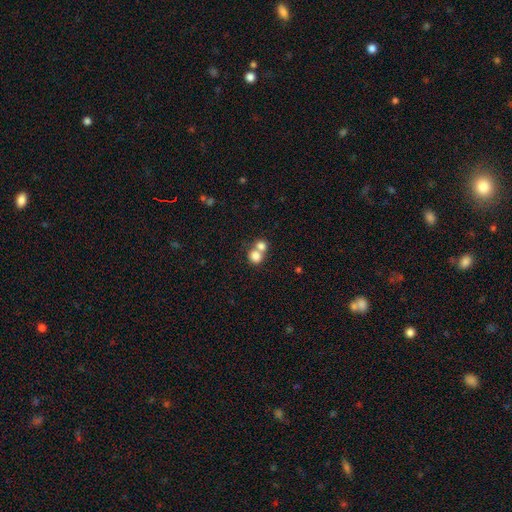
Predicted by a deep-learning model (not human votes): Smooth or featured? Predicted: smooth (p=0.80). How rounded? Predicted: round (p=0.79). Merging? Predicted: merger (p=0.55).